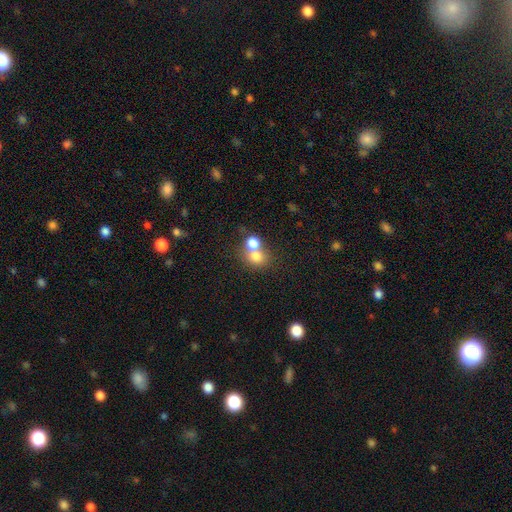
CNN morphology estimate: type=smooth (75%); roundness=round (75%); merging=merger (55%).